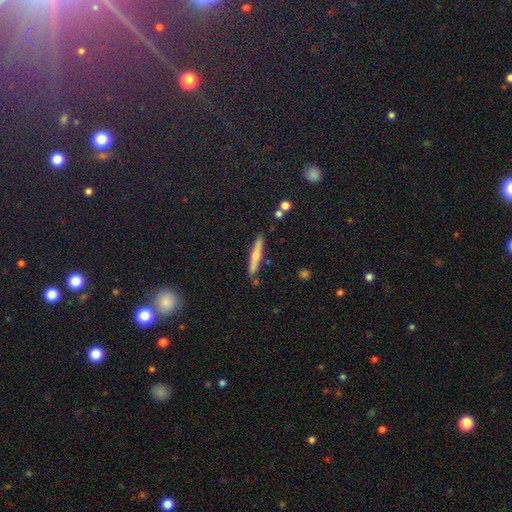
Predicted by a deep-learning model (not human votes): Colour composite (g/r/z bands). It shows a smooth galaxy with no disk features (58%) that is cigar-shaped (92%). Merging: none (84%).